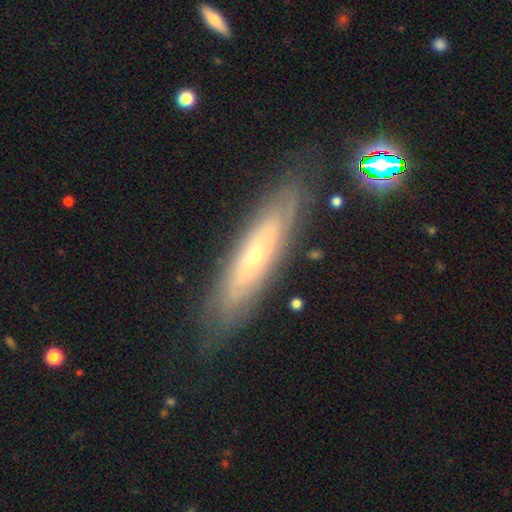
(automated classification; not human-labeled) Q: Smooth or featured?
A: featured or disk (66%); runner-up: smooth (26%)
Q: Edge-on disk?
A: no (59%); runner-up: yes (41%)
Q: Merging?
A: none (80%); runner-up: minor disturbance (14%)